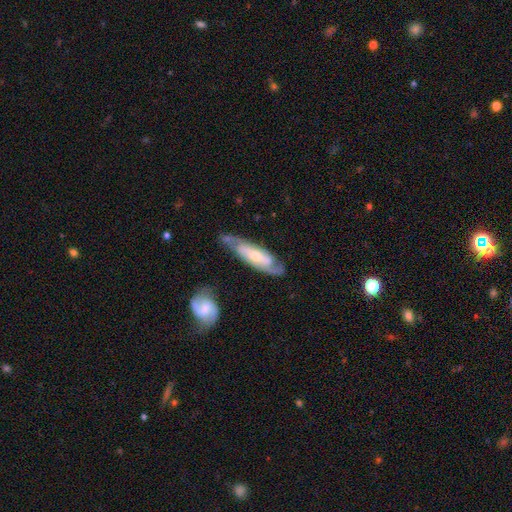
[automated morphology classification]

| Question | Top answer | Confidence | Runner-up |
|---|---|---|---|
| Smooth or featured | featured or disk | 74% | smooth (21%) |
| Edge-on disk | no | 79% | yes (21%) |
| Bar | no | 47% | weak (35%) |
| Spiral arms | yes | 90% | no (10%) |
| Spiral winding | tight | 48% | medium (40%) |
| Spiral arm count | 2 | 72% | can't tell (20%) |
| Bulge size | moderate | 49% | small (43%) |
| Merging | none | 70% | minor disturbance (20%) |